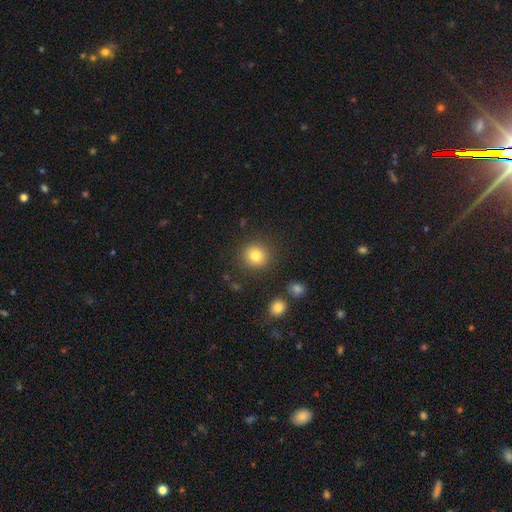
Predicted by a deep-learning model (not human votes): Q: Smooth or featured?
A: smooth (81%); runner-up: star or artifact (11%)
Q: How rounded?
A: round (91%); runner-up: in between (8%)
Q: Merging?
A: none (88%); runner-up: minor disturbance (7%)